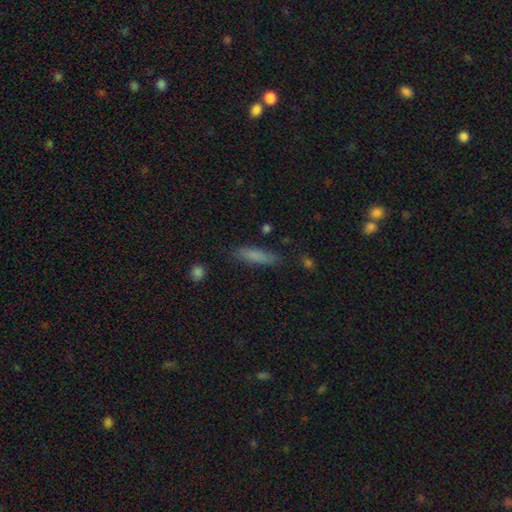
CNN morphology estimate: A smooth galaxy with no disk features (80%) that is cigar-shaped (77%). Merging: none (82%).